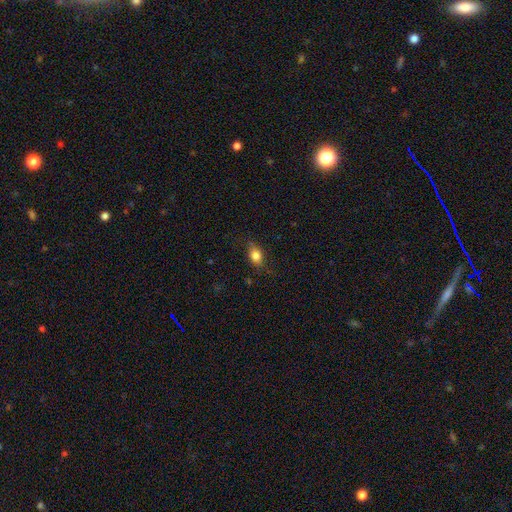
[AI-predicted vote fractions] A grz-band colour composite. It shows a smooth galaxy with no disk features (82%) that is in between round and cigar-shaped (69%). Merging: none (76%).